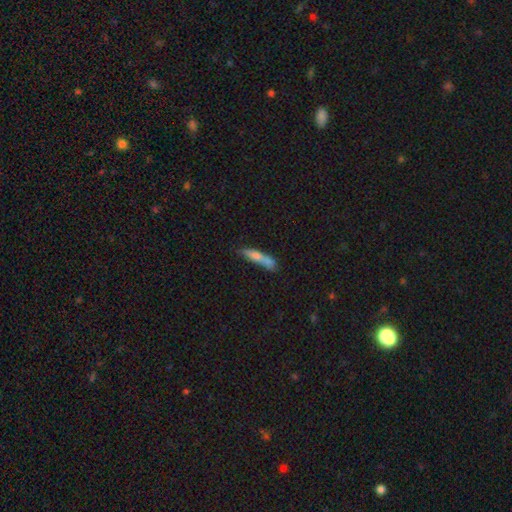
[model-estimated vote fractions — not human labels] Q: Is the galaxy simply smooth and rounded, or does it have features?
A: smooth — 70%.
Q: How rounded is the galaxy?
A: cigar-shaped — 83%.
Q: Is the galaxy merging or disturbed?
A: none — 48%.